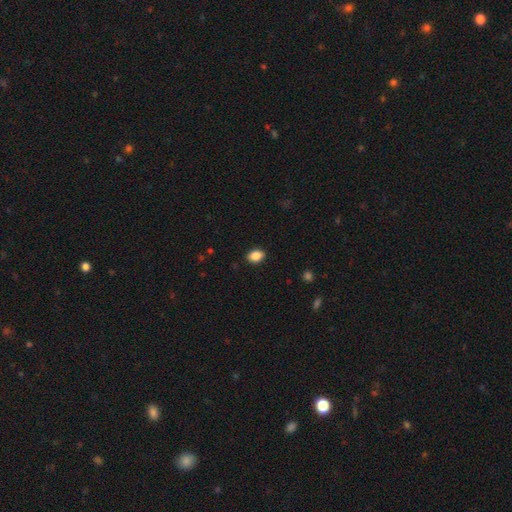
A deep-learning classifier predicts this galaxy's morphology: A smooth galaxy with no disk features (88%) that is in between round and cigar-shaped (71%).

Vote fractions:
- Smooth or featured? smooth: 88% / star or artifact: 8% / featured or disk: 4%
- How rounded? in between: 71% / round: 28% / cigar-shaped: 1%
- Merging? none: 89% / minor disturbance: 8% / major disturbance: 2% / merger: 1%